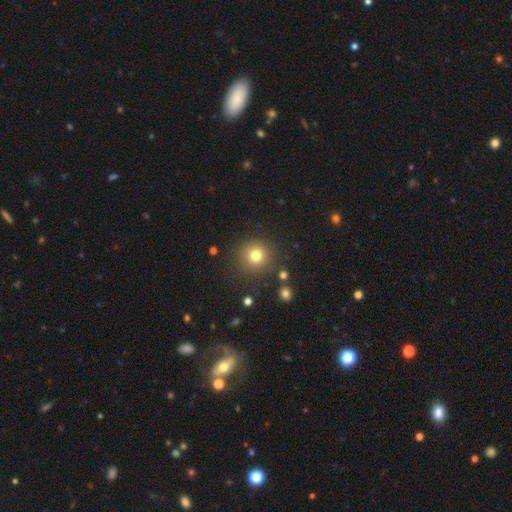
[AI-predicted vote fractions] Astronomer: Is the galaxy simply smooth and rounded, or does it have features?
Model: smooth — 78%.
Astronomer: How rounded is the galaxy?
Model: round — 93%.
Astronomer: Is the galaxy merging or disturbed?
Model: none — 86%.